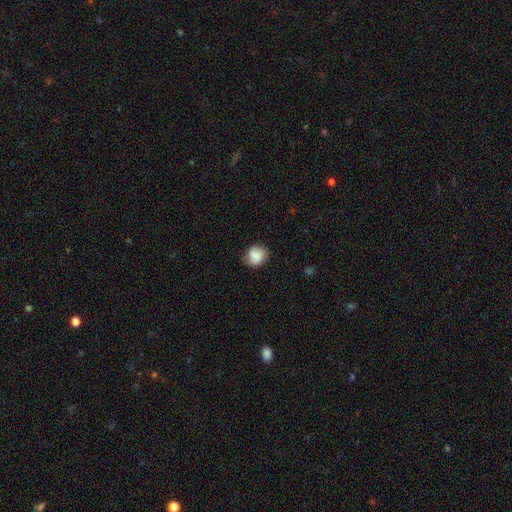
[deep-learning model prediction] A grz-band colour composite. It shows a smooth galaxy with no disk features (82%) that is round (78%). Merging: none (77%).